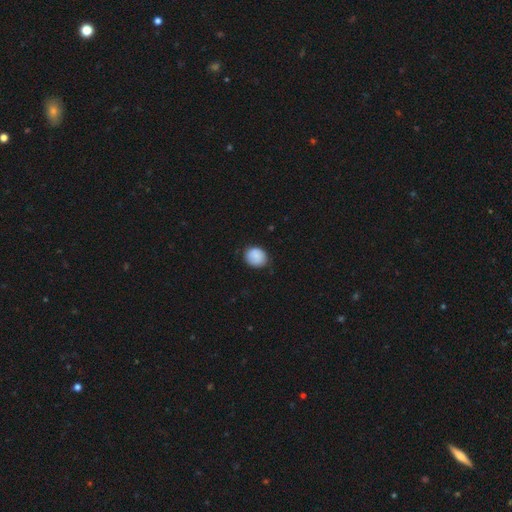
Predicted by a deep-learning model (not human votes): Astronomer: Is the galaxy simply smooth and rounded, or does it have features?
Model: smooth — 86%.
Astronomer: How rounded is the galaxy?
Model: round — 73%.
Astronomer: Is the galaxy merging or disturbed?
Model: none — 76%.